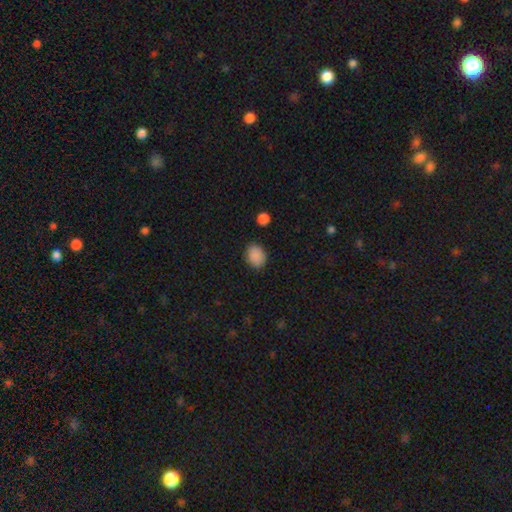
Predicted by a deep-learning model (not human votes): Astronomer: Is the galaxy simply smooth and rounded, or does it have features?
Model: smooth — 89%.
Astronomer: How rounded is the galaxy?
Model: in between — 62% (runner-up: round, 37%).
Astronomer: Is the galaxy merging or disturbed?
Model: none — 85%.